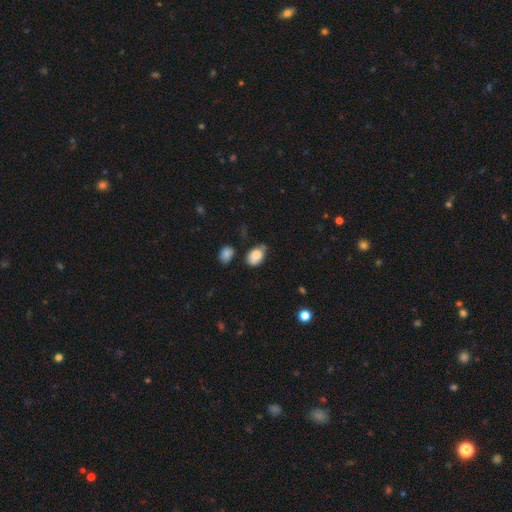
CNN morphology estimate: Smooth or featured? smooth (83%)
How rounded? in between (83%)
Merging? none (49%)